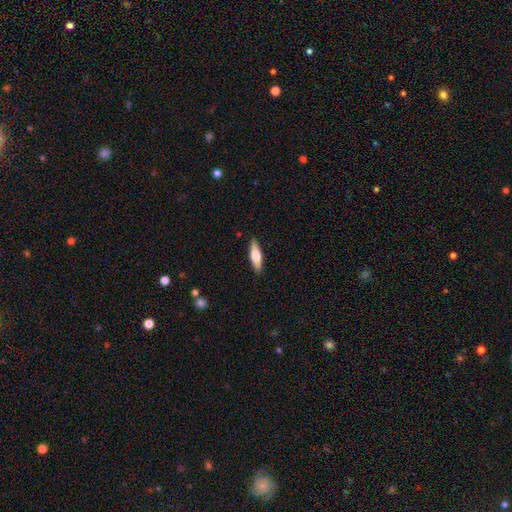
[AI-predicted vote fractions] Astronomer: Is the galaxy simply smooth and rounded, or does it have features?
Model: smooth — 63%.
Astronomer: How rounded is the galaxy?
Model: cigar-shaped — 55% (runner-up: in between, 43%).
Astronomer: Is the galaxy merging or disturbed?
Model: none — 89%.